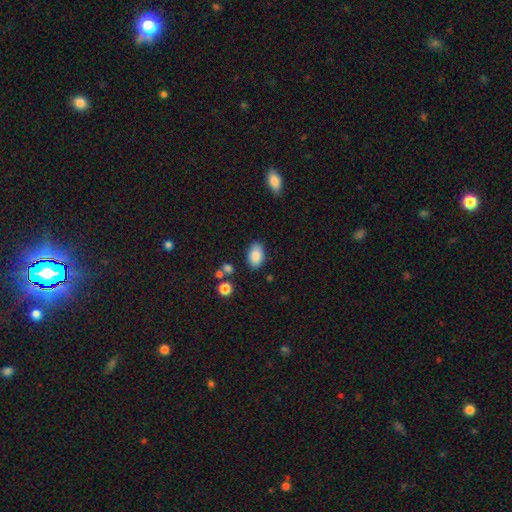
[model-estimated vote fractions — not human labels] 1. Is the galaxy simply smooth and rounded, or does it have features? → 87% smooth, 7% star or artifact, 5% featured or disk.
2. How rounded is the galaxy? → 92% in between, 7% round, 1% cigar-shaped.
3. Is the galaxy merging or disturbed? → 81% none, 13% minor disturbance, 3% major disturbance, 3% merger.